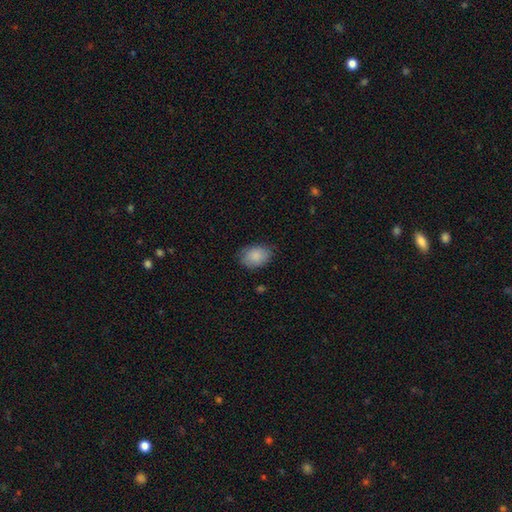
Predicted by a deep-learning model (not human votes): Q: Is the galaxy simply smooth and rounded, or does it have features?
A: smooth — 88%.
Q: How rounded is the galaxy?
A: in between — 79%.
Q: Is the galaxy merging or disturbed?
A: none — 77%.